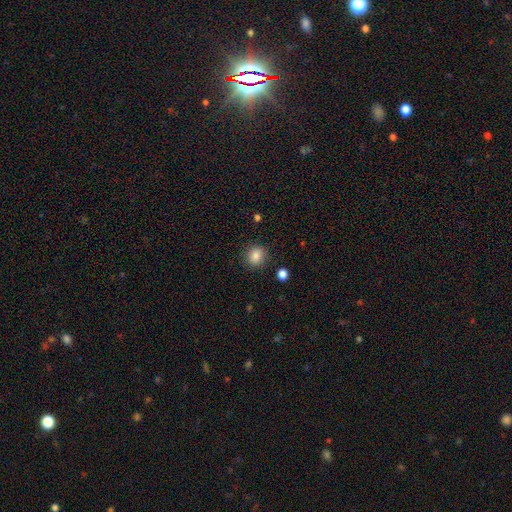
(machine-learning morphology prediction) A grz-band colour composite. It shows a smooth galaxy with no disk features (85%) that is round (77%). Merging: none (86%).